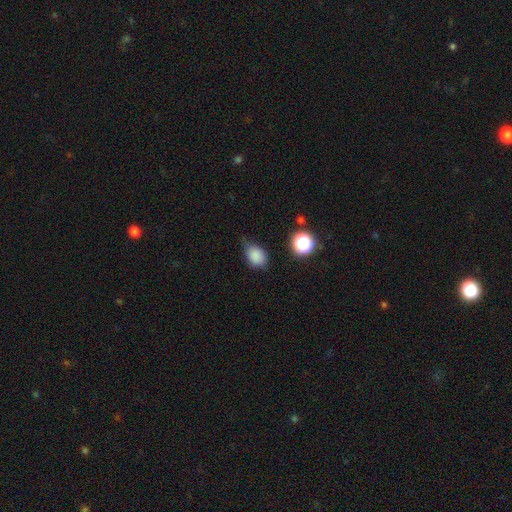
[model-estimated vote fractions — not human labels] Smooth or featured?
  - smooth: 83% *
  - star or artifact: 11%
  - featured or disk: 6%
How rounded?
  - in between: 64% *
  - round: 34%
  - cigar-shaped: 2%
Merging?
  - none: 49% *
  - minor disturbance: 39%
  - major disturbance: 9%
  - merger: 3%